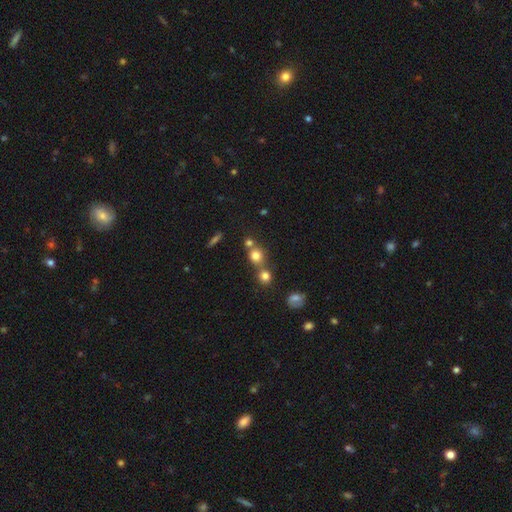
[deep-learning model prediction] A smooth galaxy with no disk features (74%) that is round (85%).

Vote fractions:
- Smooth or featured? smooth: 74% / star or artifact: 15% / featured or disk: 10%
- How rounded? round: 85% / in between: 14% / cigar-shaped: 2%
- Merging? none: 49% / merger: 40% / minor disturbance: 7% / major disturbance: 3%